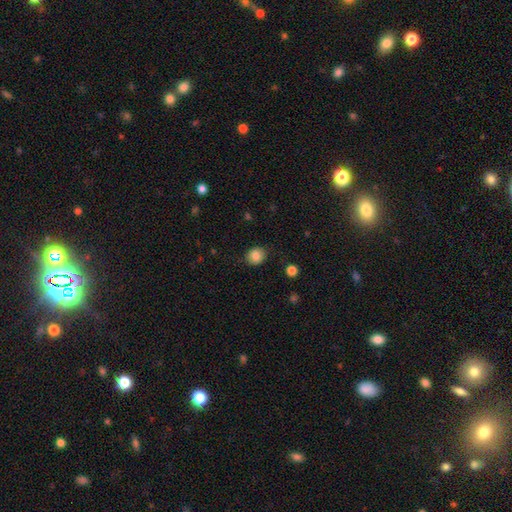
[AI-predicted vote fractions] Smooth or featured? smooth (84%)
How rounded? round (75%)
Merging? none (84%)